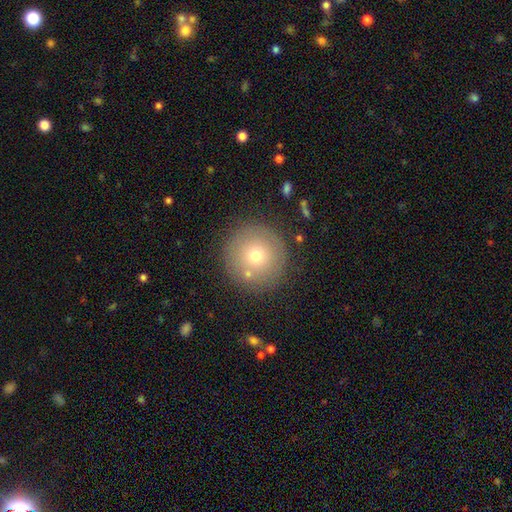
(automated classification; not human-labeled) This is likely a smooth galaxy (70%). How rounded: clearly round (96%). Merging: clearly none (84%).